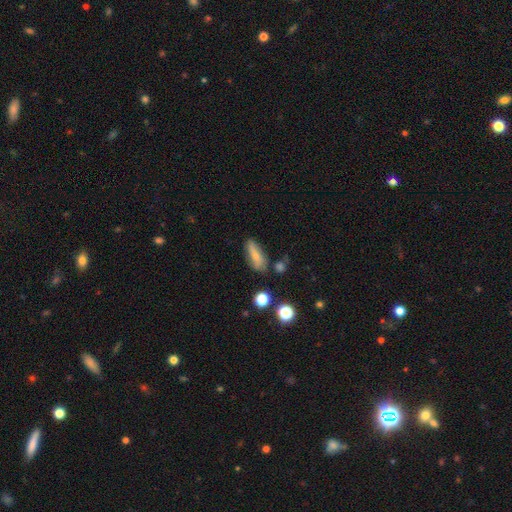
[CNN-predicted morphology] type=smooth (66%); roundness=in between (65%); merging=none (62%).